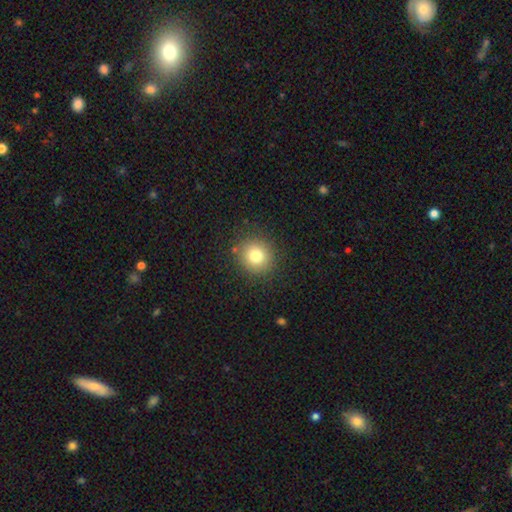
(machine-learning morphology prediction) smooth_or_featured: smooth (p=0.78) [alt: star or artifact p=0.12]
how_rounded: round (p=0.91) [alt: in between p=0.08]
merging: none (p=0.88) [alt: minor disturbance p=0.07]